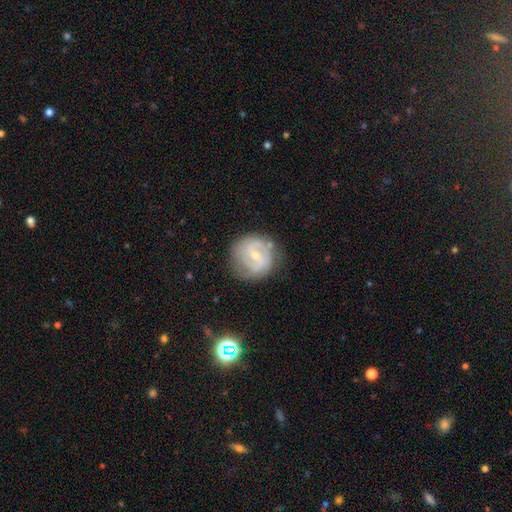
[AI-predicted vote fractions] Smooth or featured?
  - featured or disk: 73% *
  - smooth: 21%
  - star or artifact: 7%
Edge-on disk?
  - no: 97% *
  - yes: 3%
Bar?
  - weak: 56% *
  - no: 23%
  - strong: 21%
Spiral arms?
  - yes: 85% *
  - no: 15%
Spiral winding?
  - medium: 45% *
  - tight: 35%
  - loose: 20%
Spiral arm count?
  - 2: 73% *
  - can't tell: 16%
  - 3: 4%
  - 1: 4%
  - 4: 1%
  - more than 4: 1%
Bulge size?
  - small: 59% *
  - moderate: 35%
  - none: 4%
  - large: 1%
  - dominant: 1%
Merging?
  - none: 72% *
  - minor disturbance: 19%
  - major disturbance: 7%
  - merger: 2%